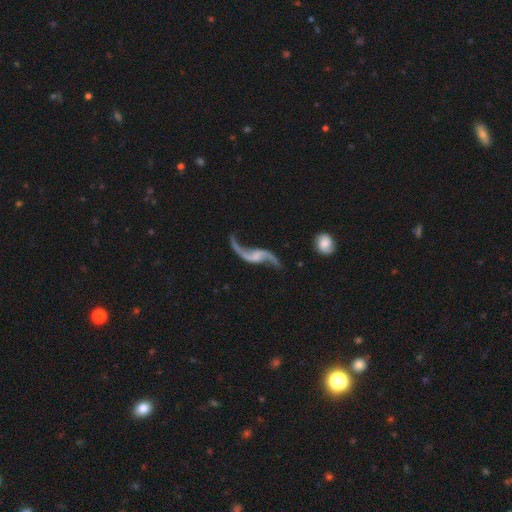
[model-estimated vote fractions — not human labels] featured or disk 91%, star or artifact 4%, smooth 4%. Down the decision tree: edge-on disk — no (95%); bar — no (45%); spiral arms — yes (97%); spiral arm count — 2 (94%); spiral winding — loose (94%); bulge size — none (51%); merging — none (71%).